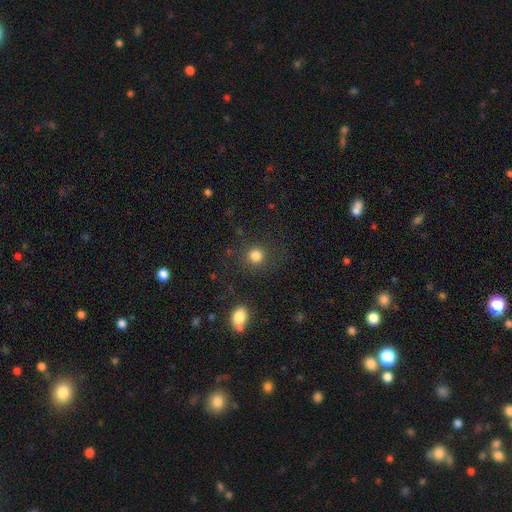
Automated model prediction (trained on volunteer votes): This appears to be a smooth galaxy with no disk features (82%) that is round (91%). Merging: none (83%).